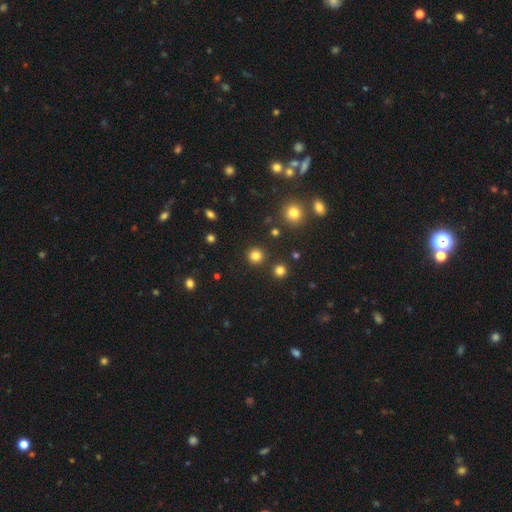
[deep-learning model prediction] Q: Smooth or featured?
A: smooth (81%); runner-up: star or artifact (15%)
Q: How rounded?
A: round (94%); runner-up: in between (5%)
Q: Merging?
A: none (89%); runner-up: minor disturbance (5%)